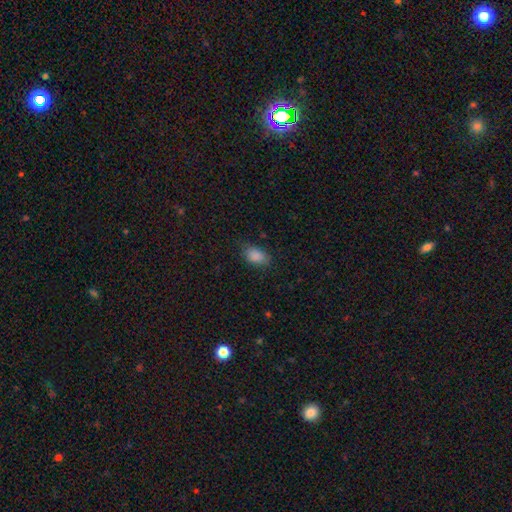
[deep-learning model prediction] Smooth or featured?
  - smooth: 88% *
  - star or artifact: 8%
  - featured or disk: 4%
How rounded?
  - in between: 89% *
  - round: 9%
  - cigar-shaped: 2%
Merging?
  - none: 78% *
  - minor disturbance: 17%
  - major disturbance: 4%
  - merger: 1%